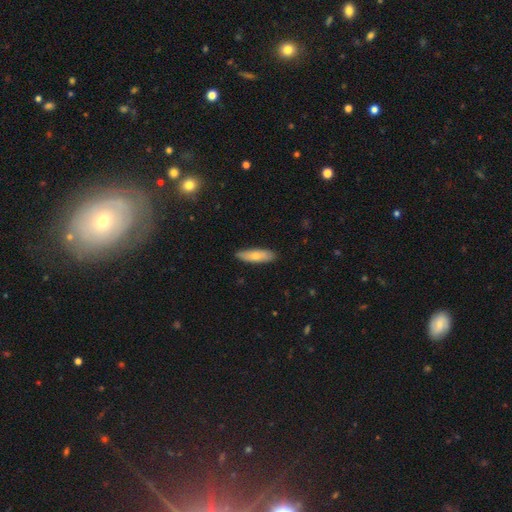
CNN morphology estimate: type=smooth (69%); roundness=cigar-shaped (53%); merging=none (87%).